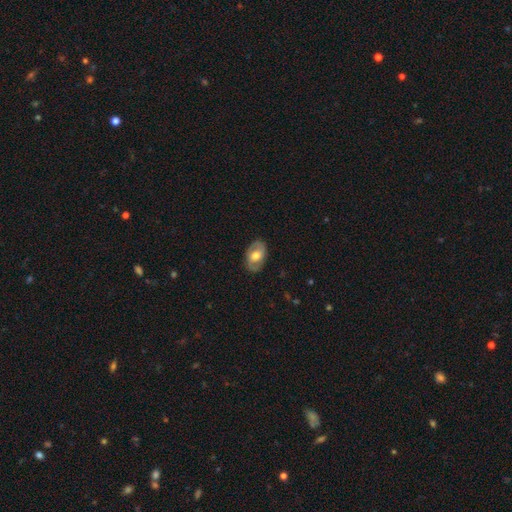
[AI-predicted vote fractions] This appears to be a featured or disk galaxy (55%) with no bar (60%), spiral arms (54%) and a moderate central bulge (68%). Merging: none (83%).